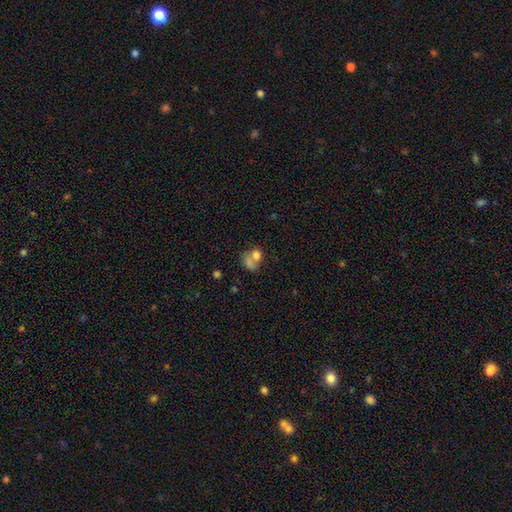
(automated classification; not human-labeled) A smooth galaxy with no disk features (69%) that is round (51%). Merging: merger (55%).